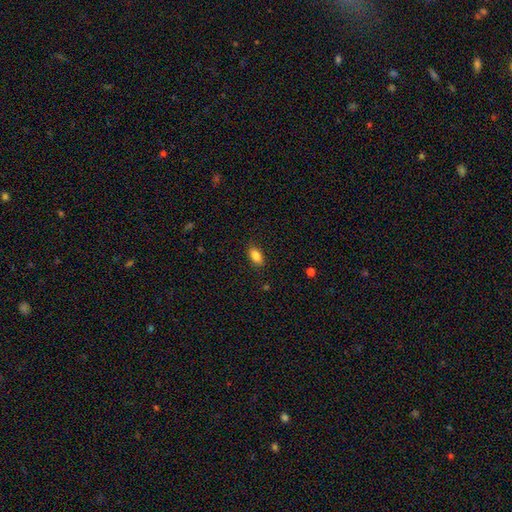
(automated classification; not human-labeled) A smooth galaxy with no disk features (87%) that is in between round and cigar-shaped (89%).

Vote fractions:
- Smooth or featured? smooth: 87% / star or artifact: 9% / featured or disk: 5%
- How rounded? in between: 89% / round: 7% / cigar-shaped: 3%
- Merging? none: 87% / minor disturbance: 10% / major disturbance: 3% / merger: 1%